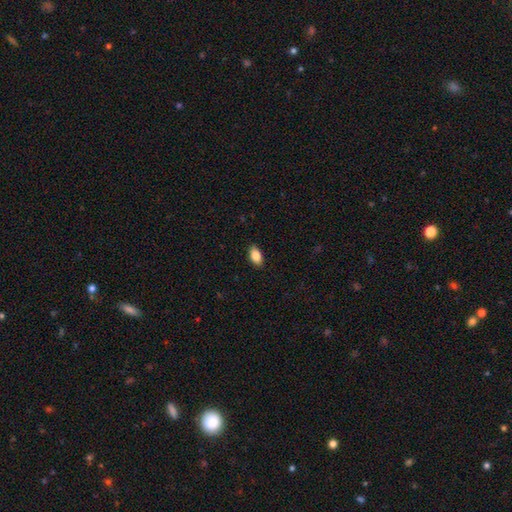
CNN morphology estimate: smooth-or-featured: smooth: 86% | star or artifact: 7% | featured or disk: 6%
  how-rounded: in between: 92% | round: 5% | cigar-shaped: 3%
  merging: none: 88% | minor disturbance: 9% | major disturbance: 2% | merger: 1%